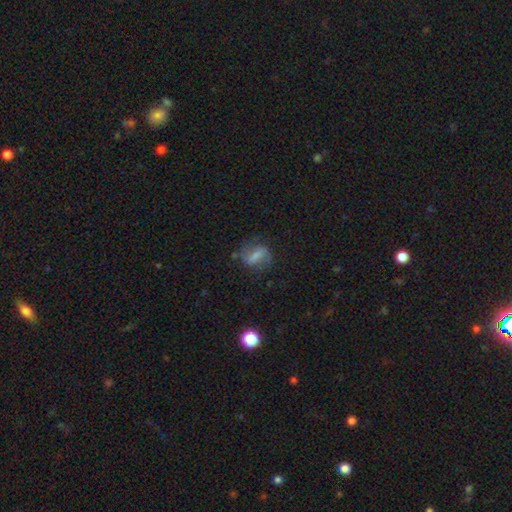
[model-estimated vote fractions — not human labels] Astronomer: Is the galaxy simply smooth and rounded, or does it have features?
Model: featured or disk — 46% (runner-up: smooth, 43%).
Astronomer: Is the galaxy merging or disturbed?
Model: none — 59%.